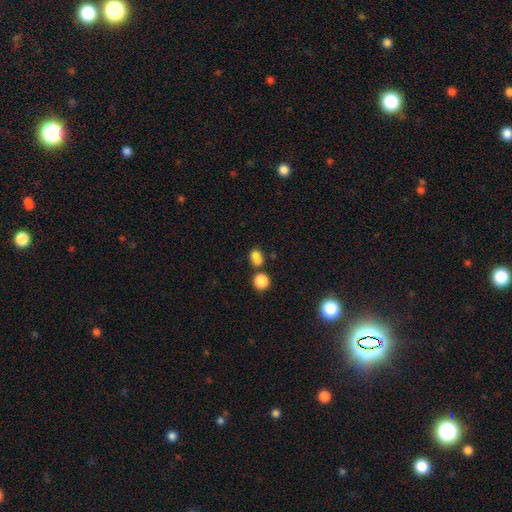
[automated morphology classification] Smooth or featured?
  - smooth: 78% *
  - star or artifact: 15%
  - featured or disk: 7%
How rounded?
  - in between: 56% *
  - round: 42%
  - cigar-shaped: 2%
Merging?
  - none: 51% *
  - merger: 26%
  - minor disturbance: 16%
  - major disturbance: 6%